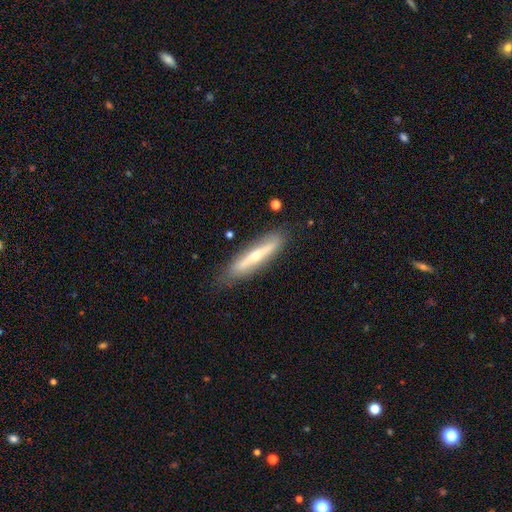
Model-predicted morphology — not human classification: smooth-or-featured: featured or disk: 63% | smooth: 31% | star or artifact: 6%
  disk-edge-on: yes: 83% | no: 17%
    edge-on-bulge: rounded: 88% | none: 10% | boxy: 3%
  merging: none: 82% | minor disturbance: 13% | major disturbance: 3% | merger: 2%